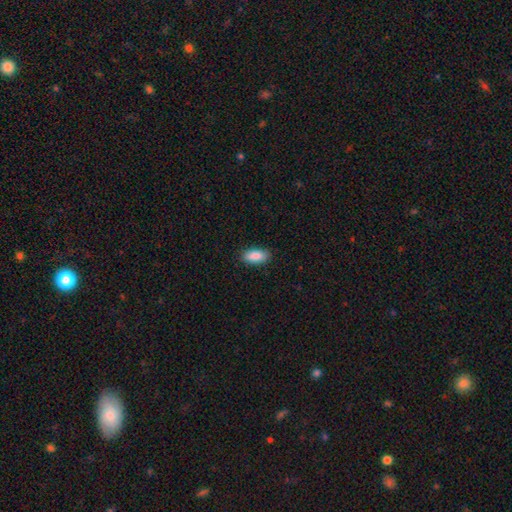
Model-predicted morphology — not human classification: Smooth or featured?
  - smooth: 89% *
  - star or artifact: 6%
  - featured or disk: 5%
How rounded?
  - in between: 90% *
  - cigar-shaped: 8%
  - round: 2%
Merging?
  - none: 88% *
  - minor disturbance: 9%
  - major disturbance: 2%
  - merger: 1%